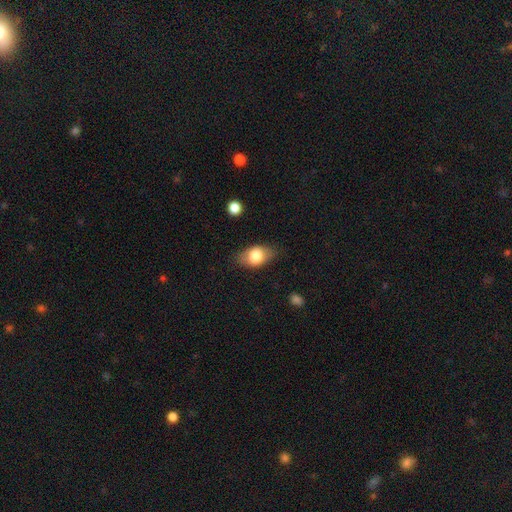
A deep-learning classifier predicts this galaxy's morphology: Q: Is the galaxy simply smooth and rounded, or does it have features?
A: smooth — 74%.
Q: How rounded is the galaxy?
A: in between — 84%.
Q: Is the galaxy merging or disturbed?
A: none — 77%.